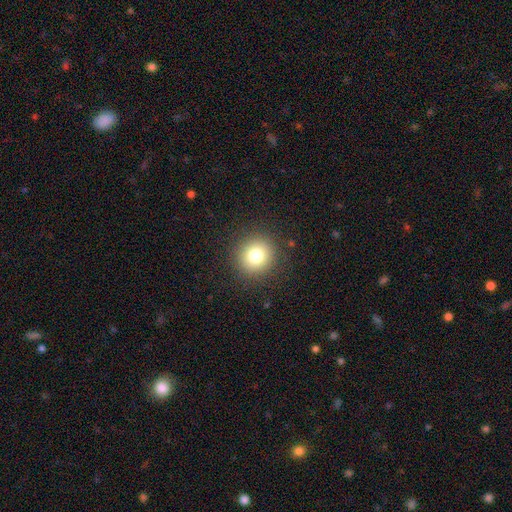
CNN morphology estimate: Smooth or featured? smooth (78%)
How rounded? round (92%)
Merging? none (90%)